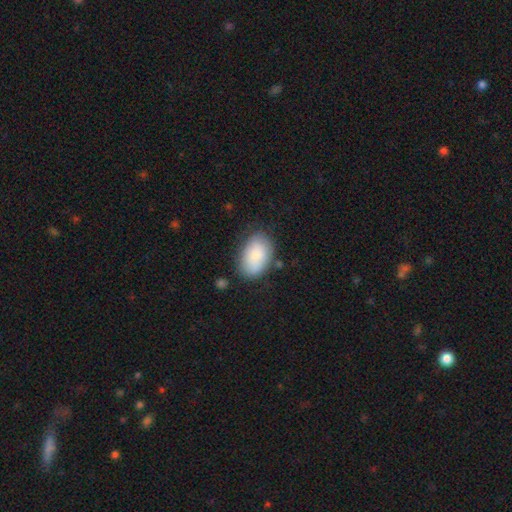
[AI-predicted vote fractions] Q: Smooth or featured?
A: smooth (84%); runner-up: featured or disk (10%)
Q: How rounded?
A: in between (91%); runner-up: round (8%)
Q: Merging?
A: none (75%); runner-up: minor disturbance (17%)